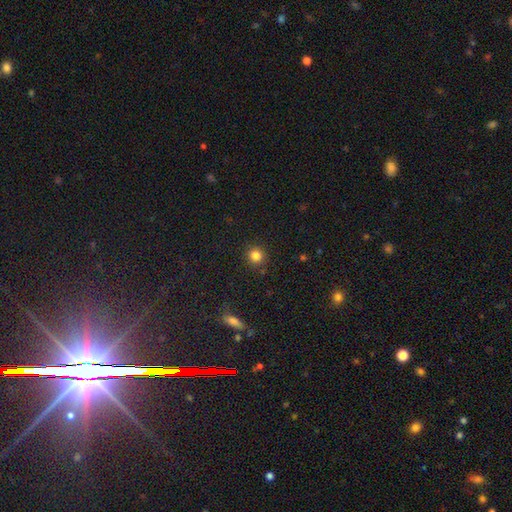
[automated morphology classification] This is clearly a smooth galaxy (83%). How rounded: clearly round (91%). Merging: clearly none (90%).